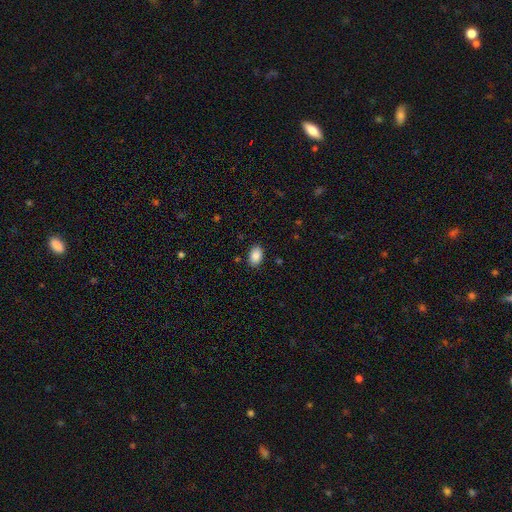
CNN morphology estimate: This is clearly a smooth galaxy (88%). How rounded: clearly in between (88%). Merging: clearly none (88%).